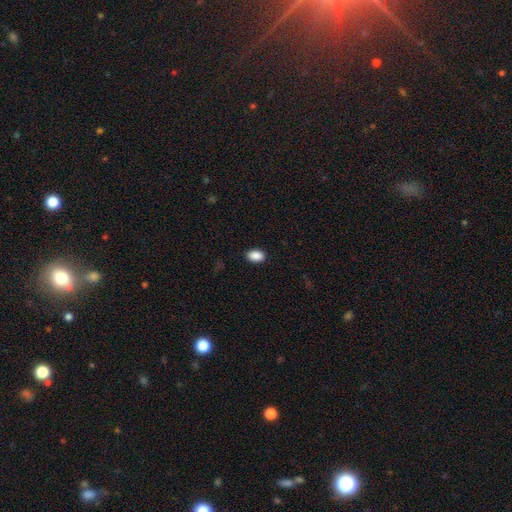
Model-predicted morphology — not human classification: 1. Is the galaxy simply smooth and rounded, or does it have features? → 90% smooth, 8% star or artifact, 3% featured or disk.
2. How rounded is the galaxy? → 89% in between, 9% round, 1% cigar-shaped.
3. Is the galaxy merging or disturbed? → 90% none, 7% minor disturbance, 2% major disturbance, 1% merger.